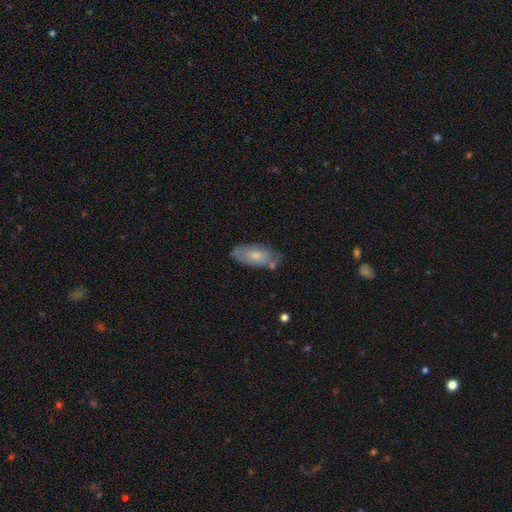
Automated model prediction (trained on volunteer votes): Q: Smooth or featured?
A: smooth (66%); runner-up: featured or disk (28%)
Q: How rounded?
A: in between (88%); runner-up: cigar-shaped (9%)
Q: Merging?
A: none (63%); runner-up: minor disturbance (24%)